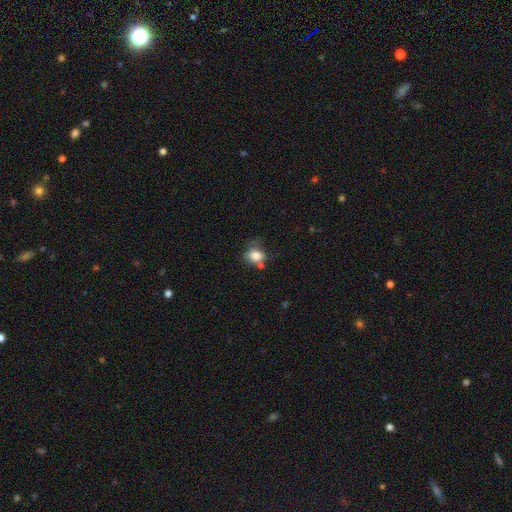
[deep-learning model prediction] Smooth or featured? Predicted: smooth (p=0.78). How rounded? Predicted: in between (p=0.51). Merging? Predicted: none (p=0.41).